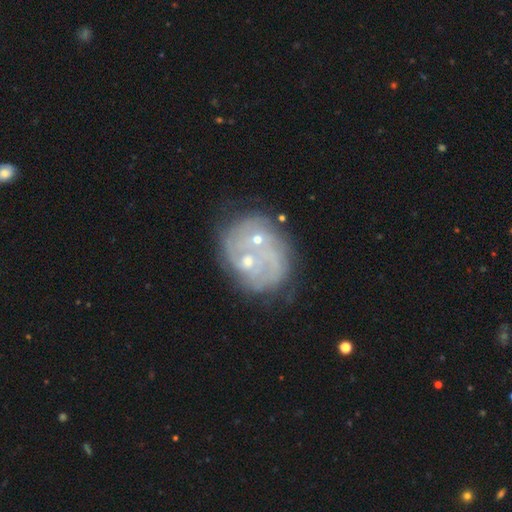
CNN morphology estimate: Q: Smooth or featured?
A: featured or disk (72%); runner-up: smooth (16%)
Q: Edge-on disk?
A: no (97%); runner-up: yes (3%)
Q: Bar?
A: no (76%); runner-up: weak (19%)
Q: Spiral arms?
A: yes (76%); runner-up: no (24%)
Q: Spiral winding?
A: tight (58%); runner-up: medium (29%)
Q: Spiral arm count?
A: can't tell (42%); runner-up: 2 (21%)
Q: Bulge size?
A: small (71%); runner-up: moderate (23%)
Q: Merging?
A: none (55%); runner-up: merger (21%)